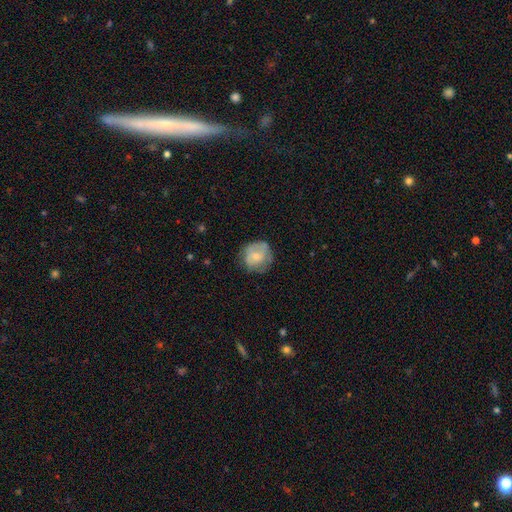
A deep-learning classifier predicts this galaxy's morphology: Smooth or featured? Predicted: smooth (p=0.60). How rounded? Predicted: round (p=0.83). Merging? Predicted: none (p=0.63).